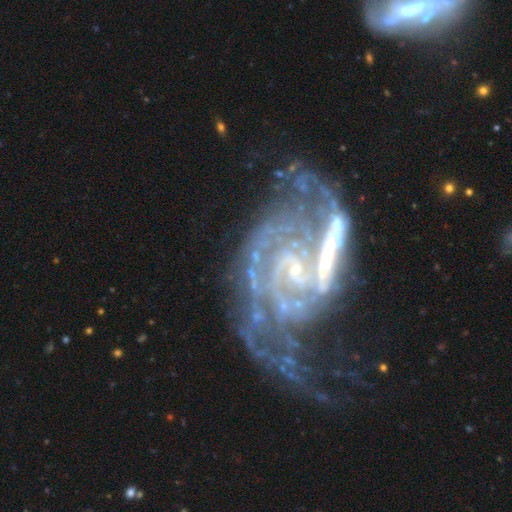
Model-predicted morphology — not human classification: A featured or disk galaxy (86%) with no bar (47%), 2 (31%) tight (58%) spiral arms (93%) and a small central bulge (66%).

Vote fractions:
- Smooth or featured? featured or disk: 86% / star or artifact: 8% / smooth: 6%
- Edge-on disk? no: 96% / yes: 4%
- Bar? no: 47% / weak: 32% / strong: 21%
- Spiral arms? yes: 93% / no: 7%
- Spiral winding? tight: 58% / medium: 32% / loose: 10%
- Spiral arm count? 2: 31% / can't tell: 29% / 3: 16% / 4: 9% / more than 4: 9% / 1: 7%
- Bulge size? small: 66% / moderate: 16% / none: 15% / large: 2% / dominant: 1%
- Merging? none: 36% / merger: 26% / major disturbance: 20% / minor disturbance: 18%